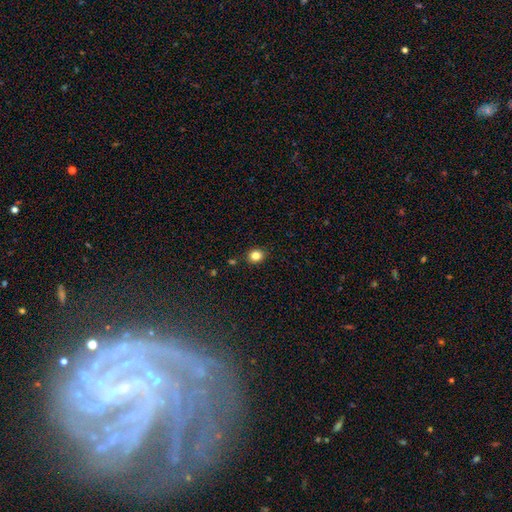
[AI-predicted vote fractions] This appears to be a smooth galaxy with no disk features (83%) that is round (69%). Merging: none (89%).